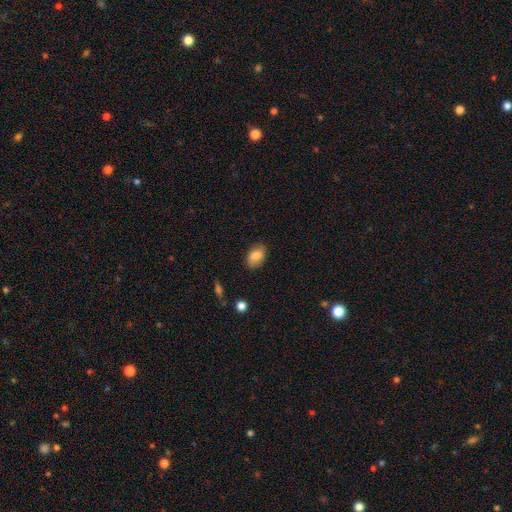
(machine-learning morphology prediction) Q: Smooth or featured?
A: smooth (78%); runner-up: featured or disk (14%)
Q: How rounded?
A: in between (84%); runner-up: round (14%)
Q: Merging?
A: none (82%); runner-up: minor disturbance (14%)